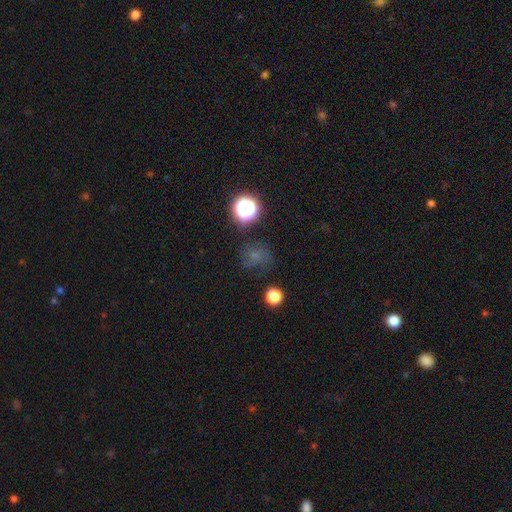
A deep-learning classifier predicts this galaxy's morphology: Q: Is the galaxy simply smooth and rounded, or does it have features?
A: smooth — 53%.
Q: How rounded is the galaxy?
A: round — 78%.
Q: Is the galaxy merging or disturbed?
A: none — 62%.